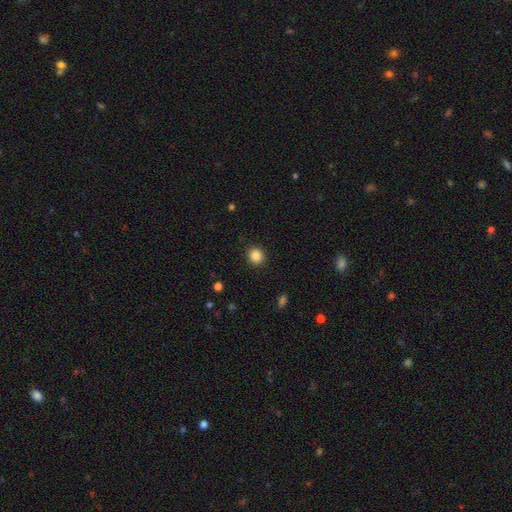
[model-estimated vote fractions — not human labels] Smooth or featured: smooth — 86% (star or artifact — 11%)
How rounded: round — 88% (in between — 11%)
Merging: none — 91% (minor disturbance — 6%)